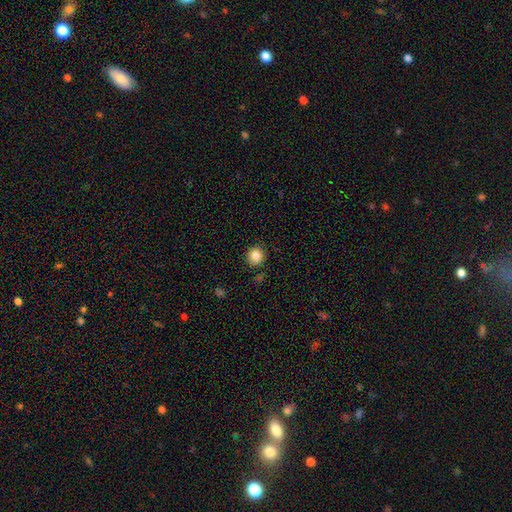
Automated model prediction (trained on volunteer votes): smooth 85%, star or artifact 10%, featured or disk 5%. Down the decision tree: how rounded — round (87%); merging — none (87%).